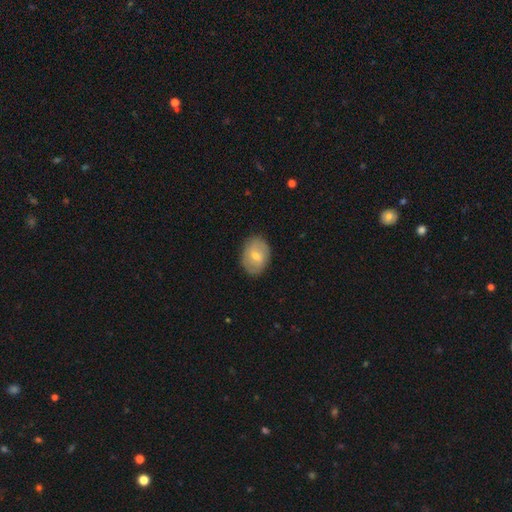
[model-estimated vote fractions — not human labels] Morphology: type=smooth (48%); merging=none (84%).